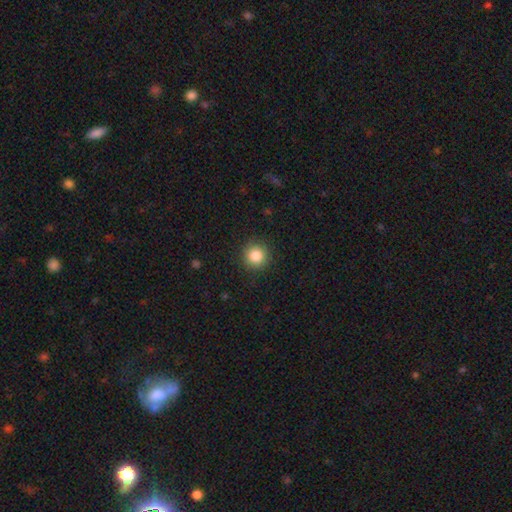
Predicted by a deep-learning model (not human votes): This is clearly a smooth galaxy (85%). How rounded: clearly round (95%). Merging: clearly none (91%).